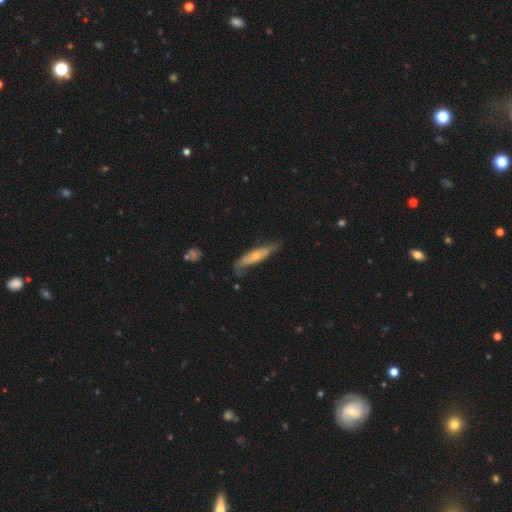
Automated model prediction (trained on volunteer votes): smooth_or_featured: featured or disk (p=0.54) [alt: smooth p=0.39]
disk_edge_on: yes (p=0.67) [alt: no p=0.33]
merging: none (p=0.66) [alt: minor disturbance p=0.25]